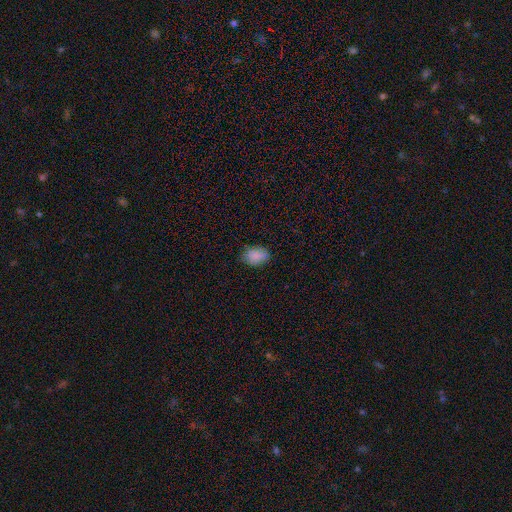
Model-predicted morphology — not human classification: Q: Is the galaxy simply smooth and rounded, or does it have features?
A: smooth — 88%.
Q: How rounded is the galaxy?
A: in between — 81%.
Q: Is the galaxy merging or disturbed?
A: none — 80%.